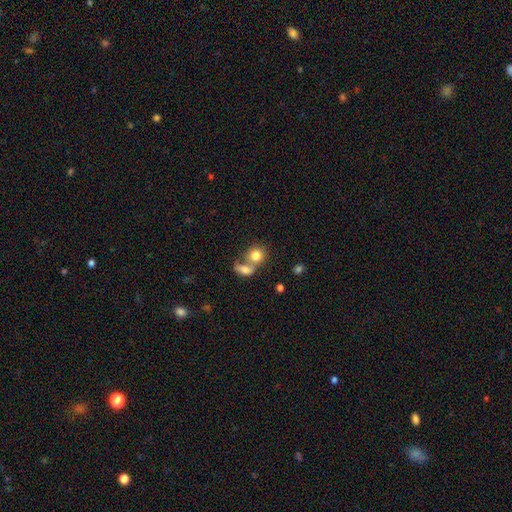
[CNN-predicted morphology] Smooth or featured? Predicted: smooth (p=0.80). How rounded? Predicted: round (p=0.71). Merging? Predicted: merger (p=0.54).